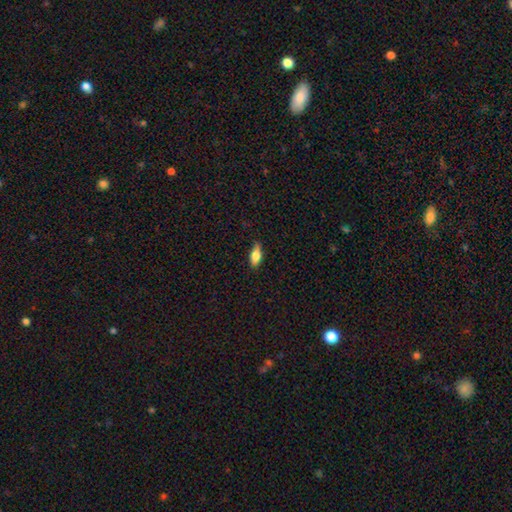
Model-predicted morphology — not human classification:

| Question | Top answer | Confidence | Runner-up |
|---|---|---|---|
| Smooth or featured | smooth | 74% | featured or disk (19%) |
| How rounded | in between | 79% | cigar-shaped (18%) |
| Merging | none | 81% | minor disturbance (15%) |